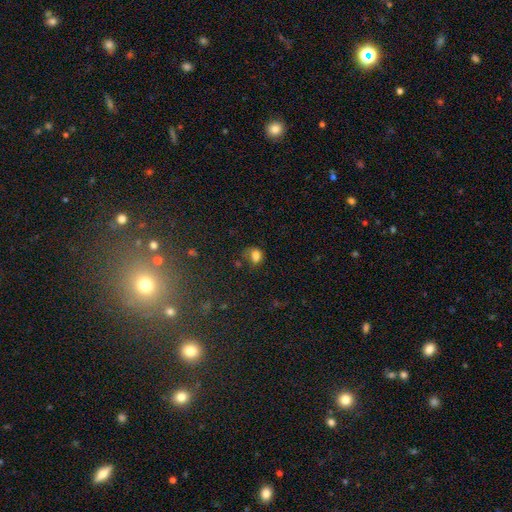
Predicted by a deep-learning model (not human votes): smooth_or_featured: smooth (p=0.77) [alt: star or artifact p=0.14]
how_rounded: in between (p=0.52) [alt: round p=0.47]
merging: none (p=0.45) [alt: minor disturbance p=0.27]